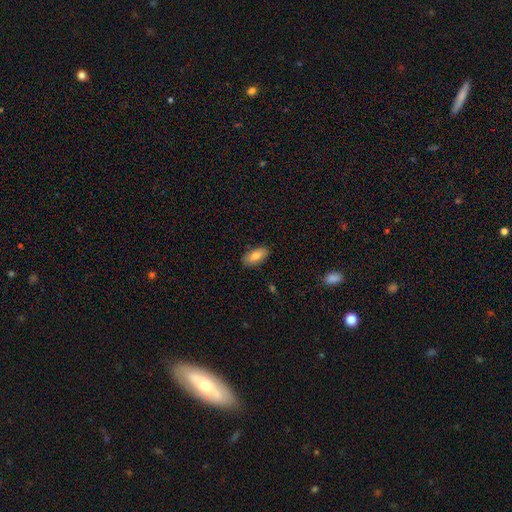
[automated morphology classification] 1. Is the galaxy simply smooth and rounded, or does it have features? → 78% smooth, 16% featured or disk, 7% star or artifact.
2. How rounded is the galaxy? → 89% in between, 8% cigar-shaped, 3% round.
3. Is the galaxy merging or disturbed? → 87% none, 10% minor disturbance, 2% major disturbance, 1% merger.